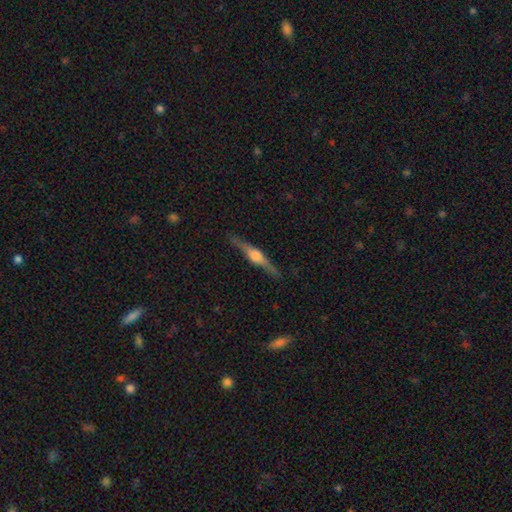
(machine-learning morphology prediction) smooth-or-featured: featured or disk: 81% | smooth: 13% | star or artifact: 6%
  disk-edge-on: yes: 98% | no: 2%
    edge-on-bulge: rounded: 85% | boxy: 12% | none: 3%
  merging: none: 89% | minor disturbance: 8% | major disturbance: 2% | merger: 1%